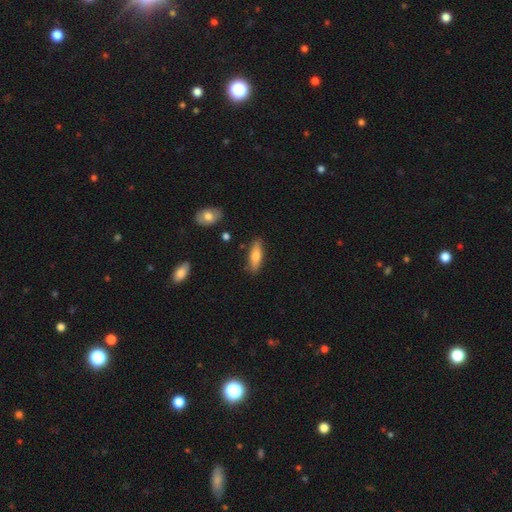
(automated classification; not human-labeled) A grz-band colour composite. It shows a smooth galaxy with no disk features (75%) that is in between round and cigar-shaped (49%, tied with cigar-shaped). Merging: none (84%).